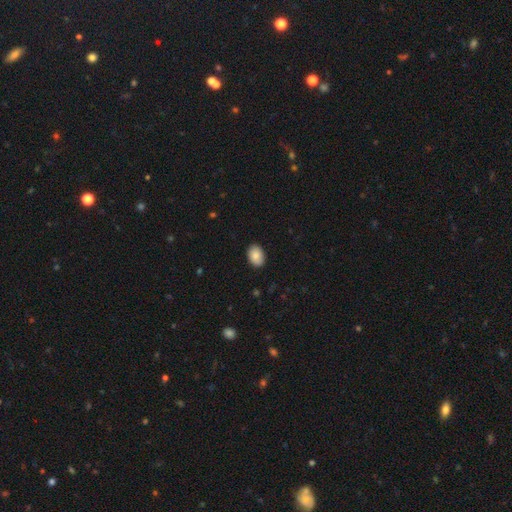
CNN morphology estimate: A smooth galaxy with no disk features (85%) that is in between round and cigar-shaped (82%). Merging: none (89%).